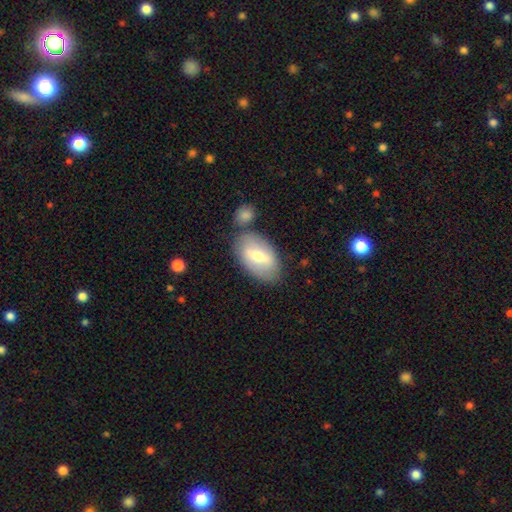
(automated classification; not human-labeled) smooth 52%, featured or disk 41%, star or artifact 6%. Down the decision tree: how rounded — in between (92%); merging — none (71%).